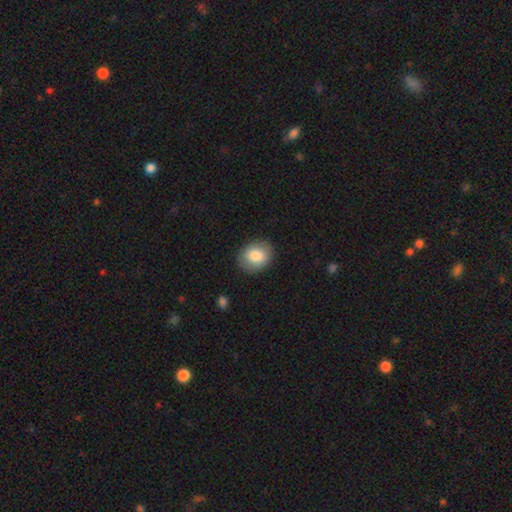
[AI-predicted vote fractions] Smooth or featured? smooth (84%)
How rounded? round (53%)
Merging? none (87%)